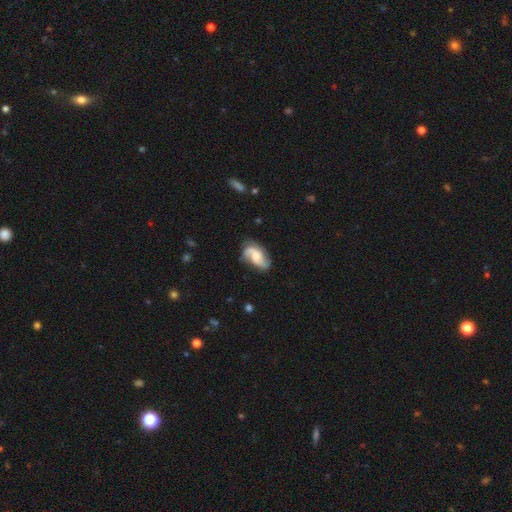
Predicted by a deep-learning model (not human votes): Smooth or featured? Predicted: featured or disk (p=0.79). Edge-on disk? Predicted: no (p=0.97). Bar? Predicted: no (p=0.54). Spiral arms? Predicted: yes (p=0.96). Spiral winding? Predicted: medium (p=0.44). Spiral arm count? Predicted: 2 (p=0.73). Bulge size? Predicted: moderate (p=0.46). Merging? Predicted: none (p=0.69).